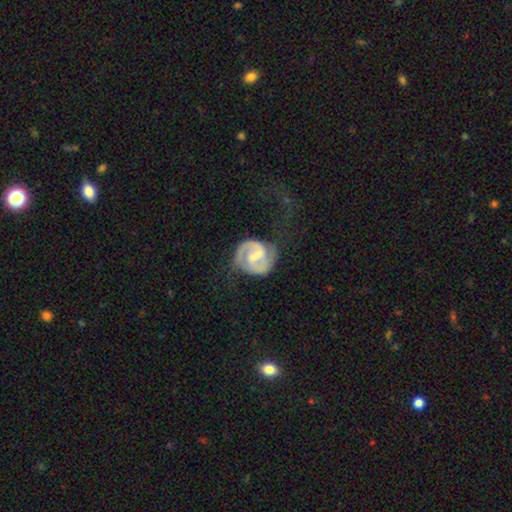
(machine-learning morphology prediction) Smooth or featured: featured or disk — 84% (smooth — 11%)
Edge-on disk: no — 98% (yes — 2%)
Bar: strong — 45% (tied with weak — 45%)
Spiral arms: yes — 93% (no — 7%)
Spiral winding: medium — 49% (tight — 35%)
Spiral arm count: 2 — 88% (can't tell — 5%)
Bulge size: small — 33% (moderate — 31%)
Merging: none — 59% (minor disturbance — 22%)